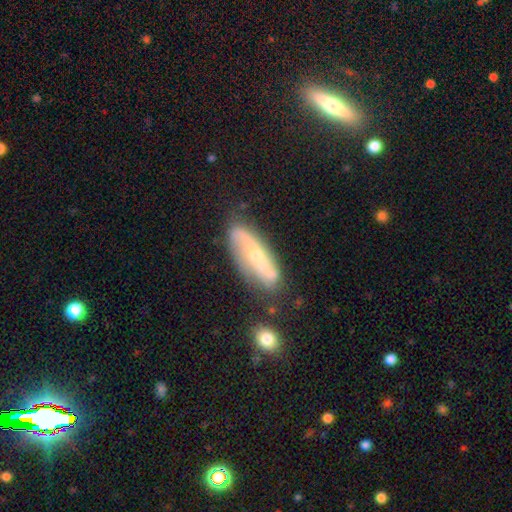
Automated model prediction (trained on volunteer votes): Q: Smooth or featured?
A: featured or disk (72%); runner-up: smooth (21%)
Q: Edge-on disk?
A: no (78%); runner-up: yes (22%)
Q: Bar?
A: no (47%); runner-up: weak (28%)
Q: Spiral arms?
A: yes (86%); runner-up: no (14%)
Q: Bulge size?
A: small (64%); runner-up: moderate (32%)
Q: Merging?
A: none (72%); runner-up: minor disturbance (18%)